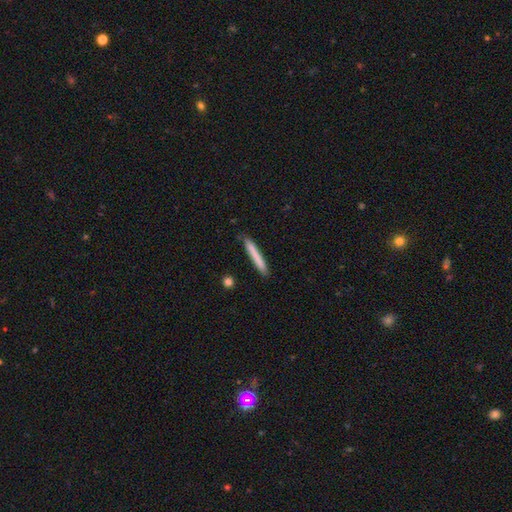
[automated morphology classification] This appears to be a smooth galaxy with no disk features (75%) that is cigar-shaped (96%). Merging: none (88%).